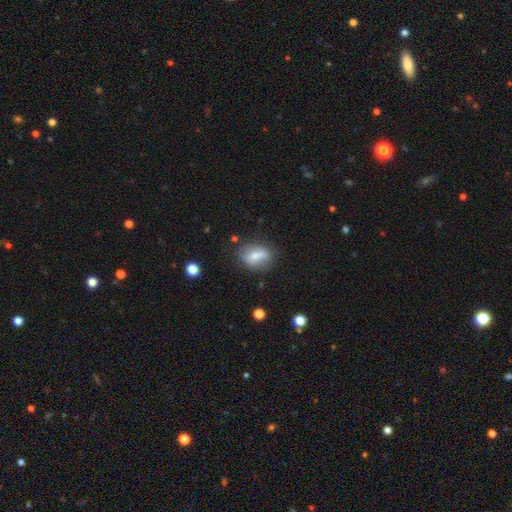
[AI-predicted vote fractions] Smooth or featured? Predicted: smooth (p=0.59). How rounded? Predicted: in between (p=0.70). Merging? Predicted: none (p=0.67).